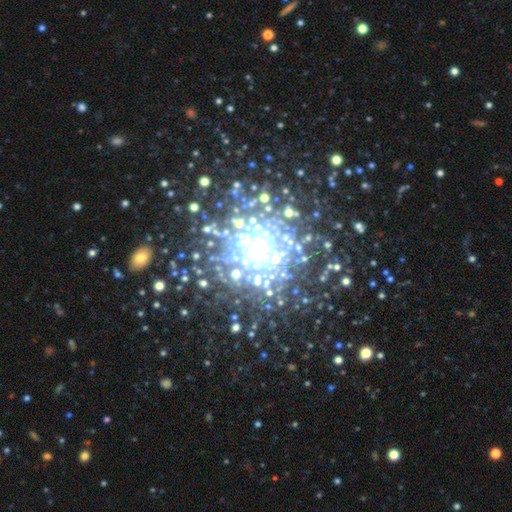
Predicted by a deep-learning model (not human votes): A featured or disk galaxy (49%). Merging: none (62%).